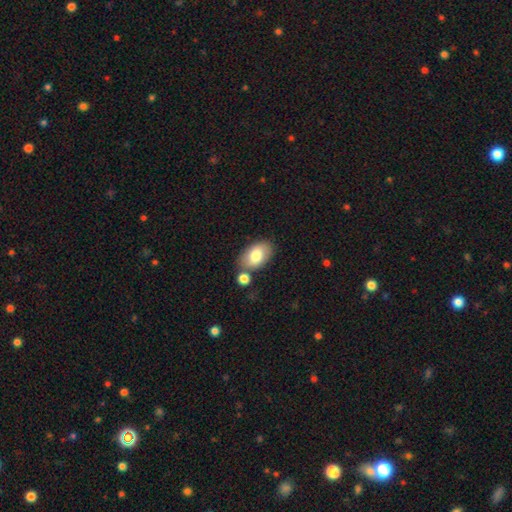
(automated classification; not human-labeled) This is likely a smooth galaxy (78%). How rounded: clearly in between (91%). Merging: likely none (69%).